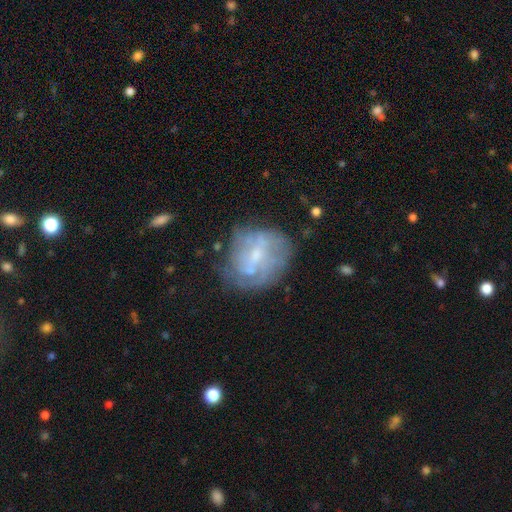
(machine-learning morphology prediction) Smooth or featured: featured or disk — 59% (smooth — 31%)
Edge-on disk: no — 97% (yes — 3%)
Bar: weak — 46% (no — 43%)
Spiral arms: no — 51% (yes — 49%)
Bulge size: small — 56% (moderate — 29%)
Merging: none — 58% (minor disturbance — 24%)